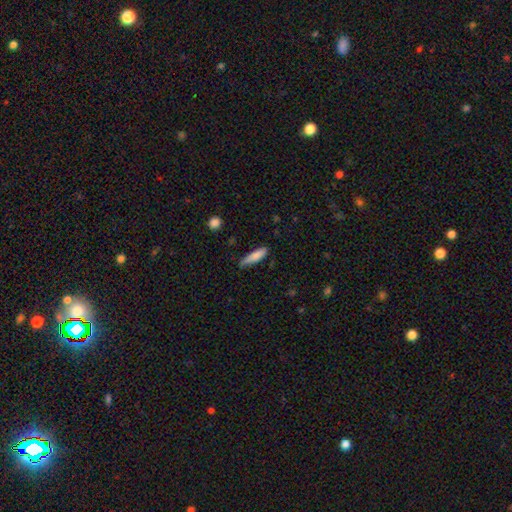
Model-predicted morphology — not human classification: Smooth or featured? smooth (82%)
How rounded? cigar-shaped (73%)
Merging? none (71%)